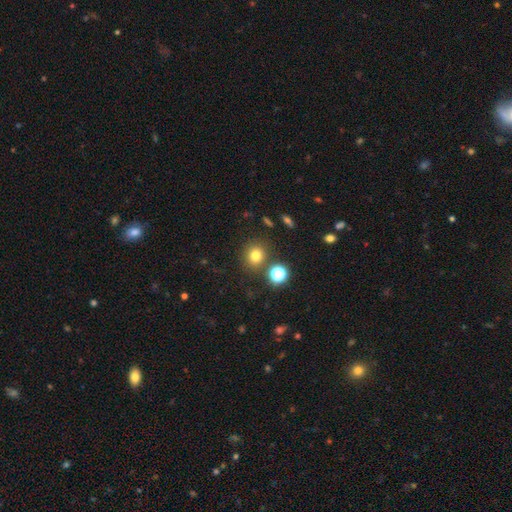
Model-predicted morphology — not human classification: smooth_or_featured: smooth (p=0.75) [alt: star or artifact p=0.17]
how_rounded: round (p=0.82) [alt: in between p=0.17]
merging: none (p=0.82) [alt: minor disturbance p=0.09]